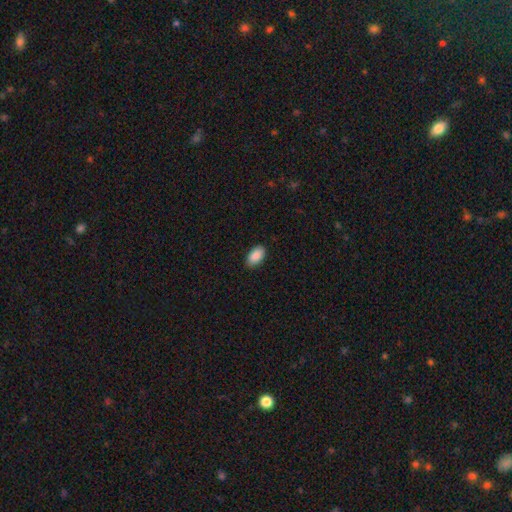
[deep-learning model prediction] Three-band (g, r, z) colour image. It shows a smooth galaxy with no disk features (90%) that is in between round and cigar-shaped (95%). Merging: none (88%).